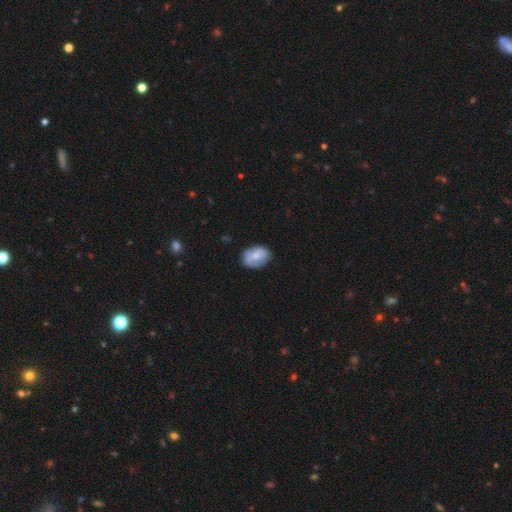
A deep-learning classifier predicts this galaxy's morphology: smooth_or_featured: smooth (p=0.59) [alt: featured or disk p=0.34]
how_rounded: in between (p=0.73) [alt: round p=0.26]
merging: none (p=0.67) [alt: minor disturbance p=0.25]